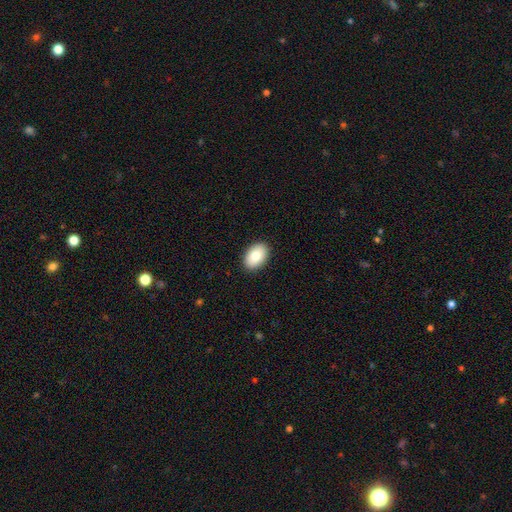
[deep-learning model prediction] Overall: smooth (83%). How rounded: in between (88%). Merging: none (90%).